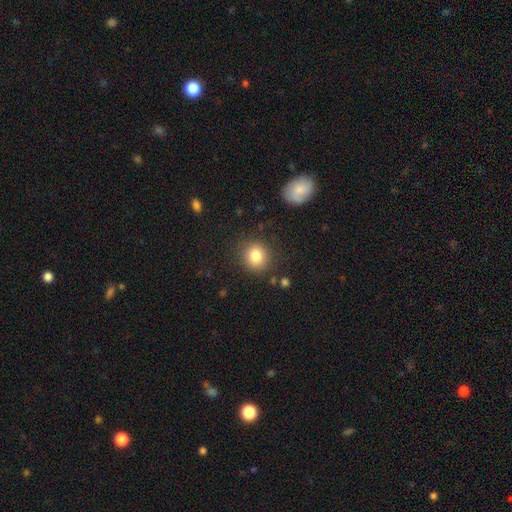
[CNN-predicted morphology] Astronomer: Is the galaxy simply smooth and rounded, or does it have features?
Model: smooth — 83%.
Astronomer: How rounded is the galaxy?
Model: round — 84%.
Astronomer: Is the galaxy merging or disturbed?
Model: none — 86%.